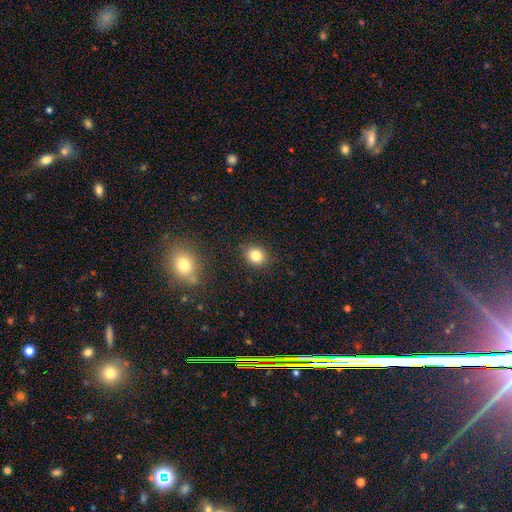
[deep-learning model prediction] smooth_or_featured: smooth (p=0.83) [alt: star or artifact p=0.11]
how_rounded: round (p=0.62) [alt: in between p=0.37]
merging: none (p=0.86) [alt: minor disturbance p=0.10]